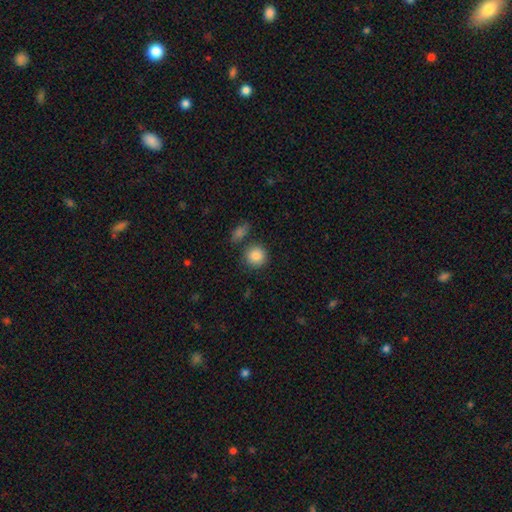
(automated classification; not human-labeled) smooth_or_featured: smooth (p=0.87) [alt: star or artifact p=0.08]
how_rounded: round (p=0.90) [alt: in between p=0.09]
merging: none (p=0.78) [alt: minor disturbance p=0.10]